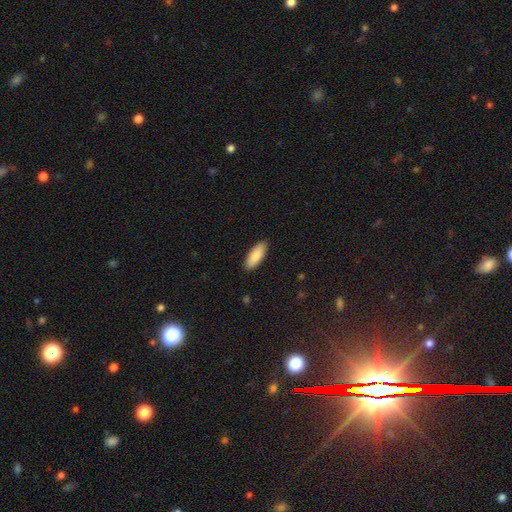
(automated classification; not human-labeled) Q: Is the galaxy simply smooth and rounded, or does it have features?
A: smooth — 86%.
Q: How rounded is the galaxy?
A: in between — 77%.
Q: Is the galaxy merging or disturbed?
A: none — 89%.